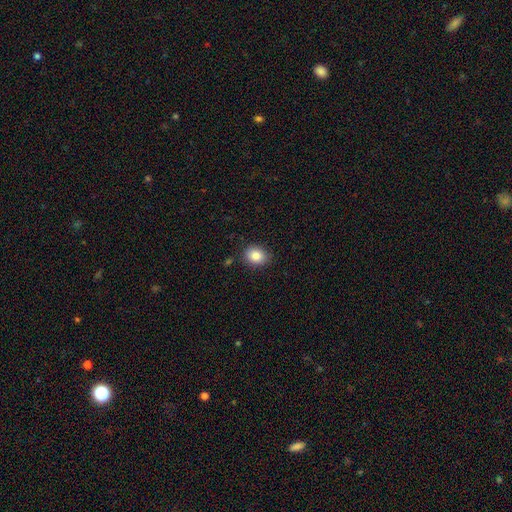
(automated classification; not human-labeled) Smooth or featured: smooth — 85% (star or artifact — 9%)
How rounded: round — 50% (in between — 49%)
Merging: none — 85% (minor disturbance — 11%)